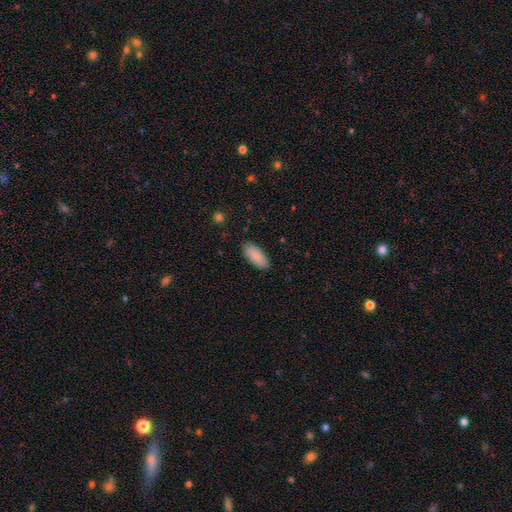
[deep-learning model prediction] A smooth galaxy with no disk features (89%) that is in between round and cigar-shaped (87%). Merging: none (87%).